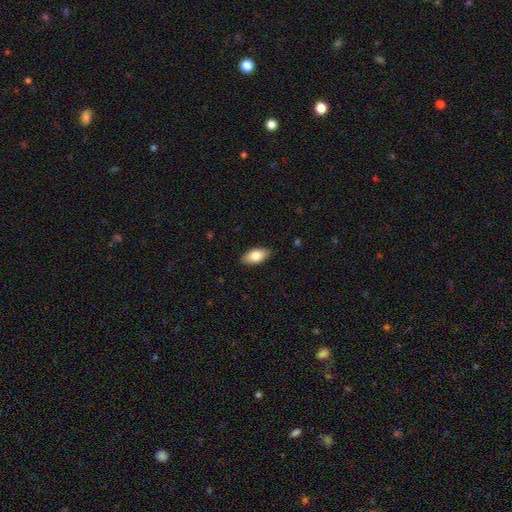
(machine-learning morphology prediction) smooth 80%, featured or disk 14%, star or artifact 6%. Down the decision tree: how rounded — in between (91%); merging — none (88%).